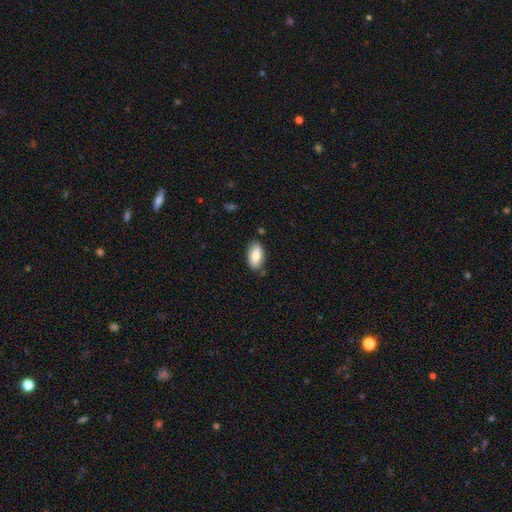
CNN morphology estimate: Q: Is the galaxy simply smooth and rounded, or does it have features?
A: smooth — 82%.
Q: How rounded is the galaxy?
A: in between — 92%.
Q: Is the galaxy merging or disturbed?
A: none — 79%.